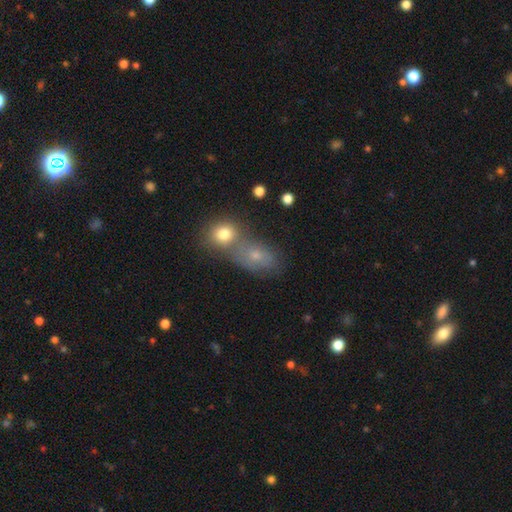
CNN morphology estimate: smooth_or_featured: smooth (p=0.62) [alt: featured or disk p=0.23]
how_rounded: in between (p=0.68) [alt: round p=0.29]
merging: merger (p=0.46) [alt: none p=0.36]